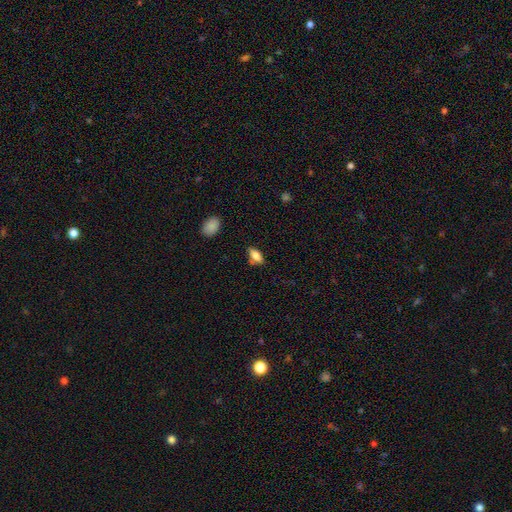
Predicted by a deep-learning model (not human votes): smooth 76%, featured or disk 15%, star or artifact 8%. Down the decision tree: how rounded — in between (84%); merging — none (75%).